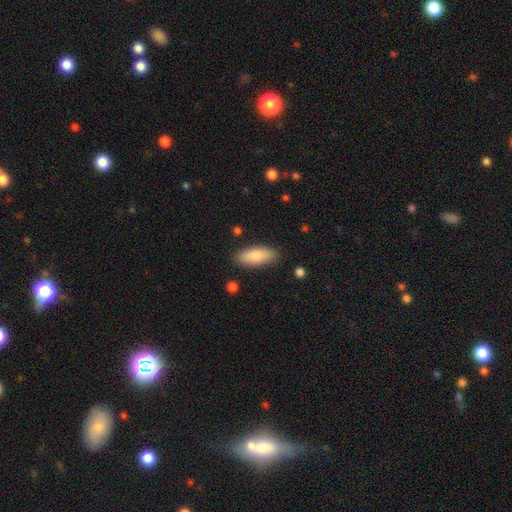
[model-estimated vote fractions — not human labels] The model was most divided on "how rounded": in between: 75%, cigar-shaped: 23%, round: 2%. More confident: merging — none (86%); smooth or featured — smooth (84%).